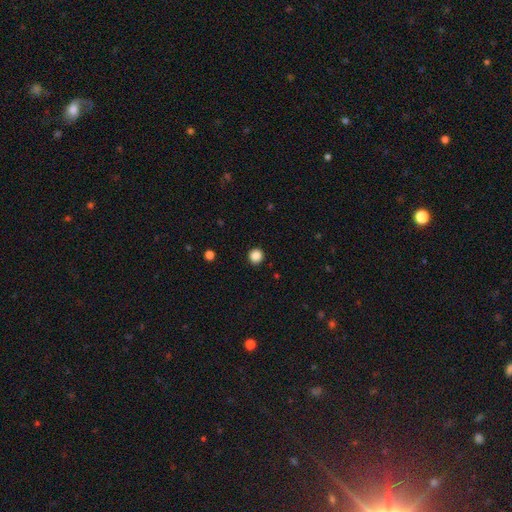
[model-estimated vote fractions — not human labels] Q: Smooth or featured?
A: smooth (87%); runner-up: star or artifact (11%)
Q: How rounded?
A: round (94%); runner-up: in between (5%)
Q: Merging?
A: none (92%); runner-up: minor disturbance (5%)